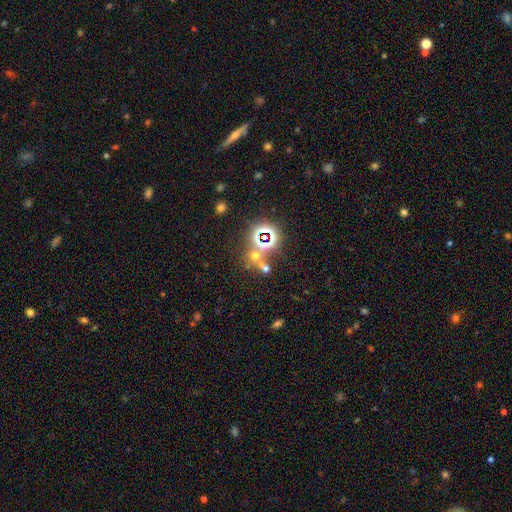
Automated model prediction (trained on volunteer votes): Smooth or featured?
  - star or artifact: 51% *
  - smooth: 36%
  - featured or disk: 13%